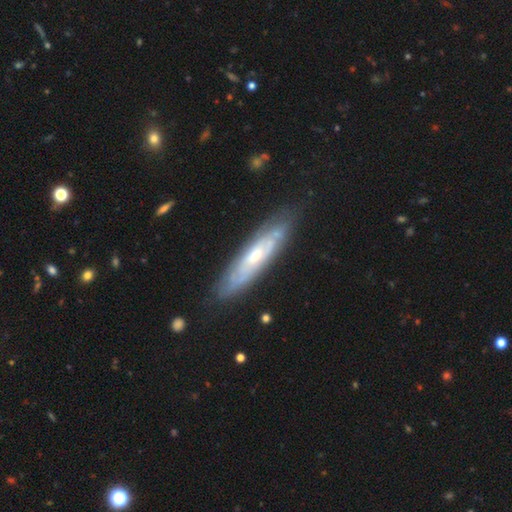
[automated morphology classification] type=featured or disk (74%); edge-on=no (66%); merging=none (78%).